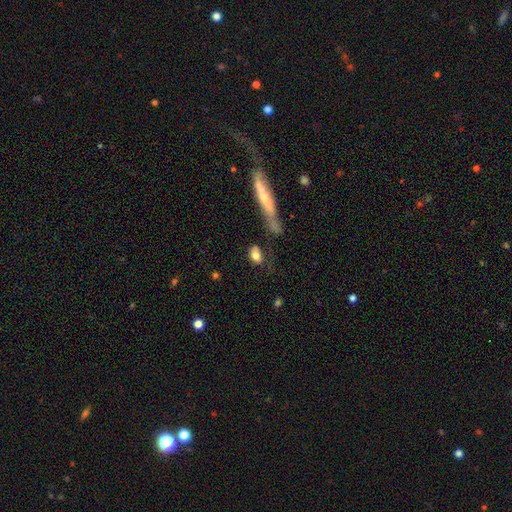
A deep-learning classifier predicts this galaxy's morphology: Smooth or featured? Predicted: smooth (p=0.74). How rounded? Predicted: in between (p=0.76). Merging? Predicted: none (p=0.54).